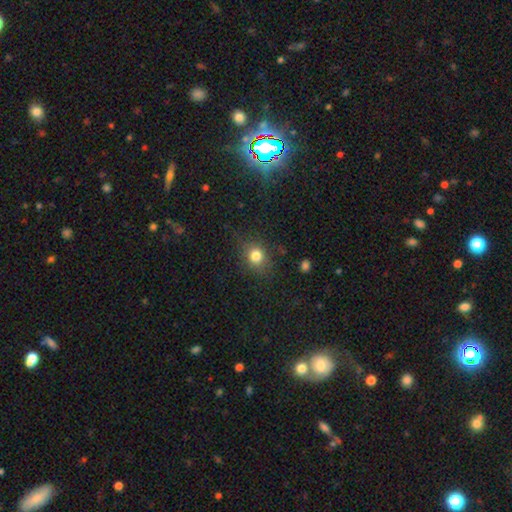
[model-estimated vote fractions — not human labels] This is likely a smooth galaxy (79%). How rounded: likely round (66%). Merging: clearly none (82%).